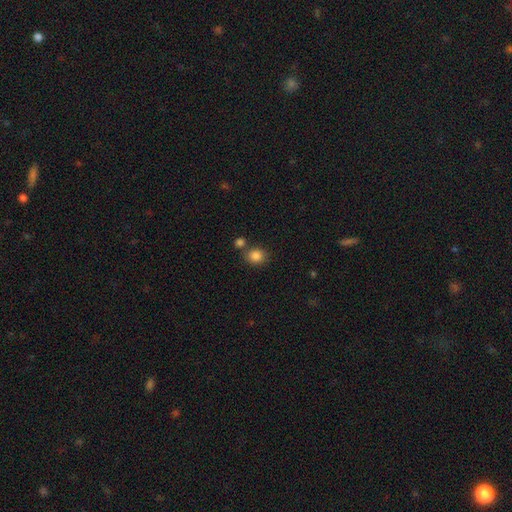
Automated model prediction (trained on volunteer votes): A smooth galaxy with no disk features (85%) that is round (69%).

Vote fractions:
- Smooth or featured? smooth: 85% / star or artifact: 10% / featured or disk: 5%
- How rounded? round: 69% / in between: 30% / cigar-shaped: 1%
- Merging? none: 68% / merger: 17% / minor disturbance: 11% / major disturbance: 4%